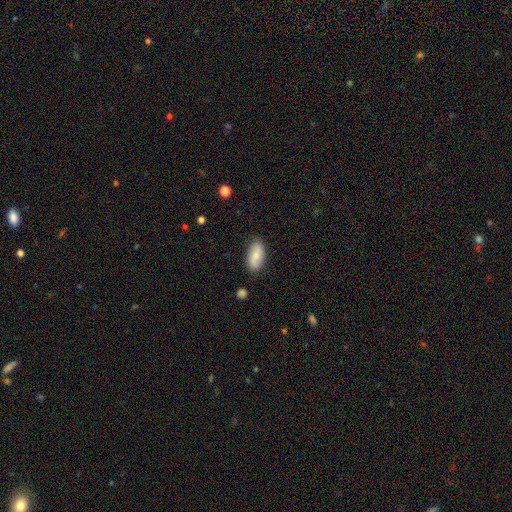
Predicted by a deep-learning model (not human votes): Smooth or featured: smooth — 72% (featured or disk — 22%)
How rounded: in between — 91% (cigar-shaped — 6%)
Merging: none — 84% (minor disturbance — 12%)